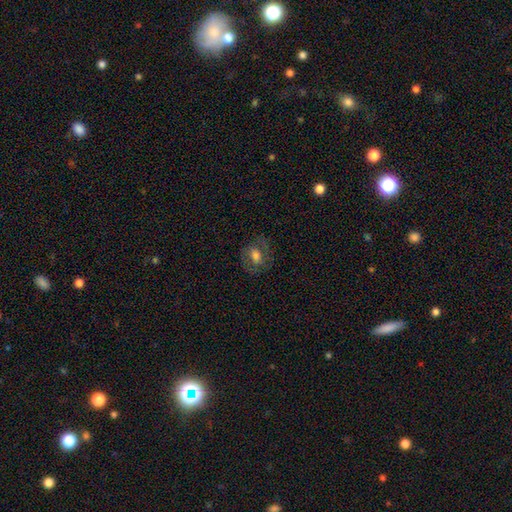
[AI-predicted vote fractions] Morphology: type=smooth (54%); roundness=in between (57%); merging=none (74%).